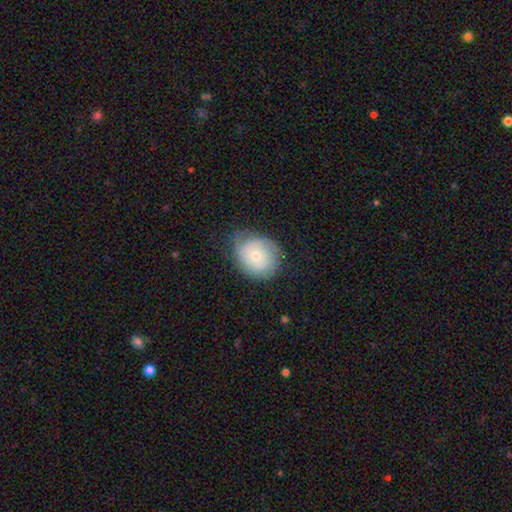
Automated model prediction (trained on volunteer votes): This is possibly a featured or disk galaxy (57%). It is clearly not viewed edge-on (97%). Bar: clearly no (81%). Spiral arm pattern: clearly yes (84%). Central bulge: possibly small (52%). Merging: likely none (63%).